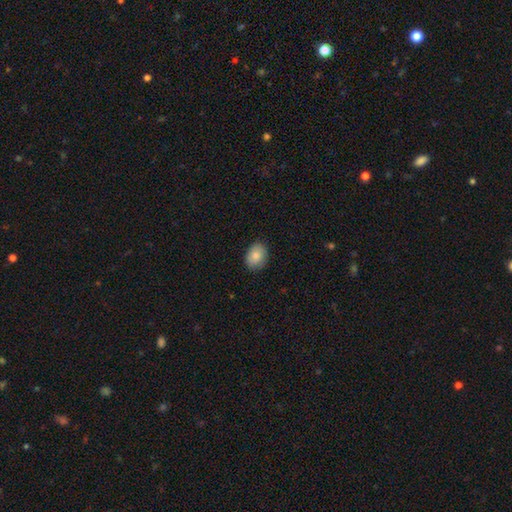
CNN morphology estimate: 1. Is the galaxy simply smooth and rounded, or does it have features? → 86% smooth, 7% star or artifact, 7% featured or disk.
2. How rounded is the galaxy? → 68% in between, 31% round, 1% cigar-shaped.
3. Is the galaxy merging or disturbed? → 86% none, 11% minor disturbance, 2% major disturbance, 1% merger.